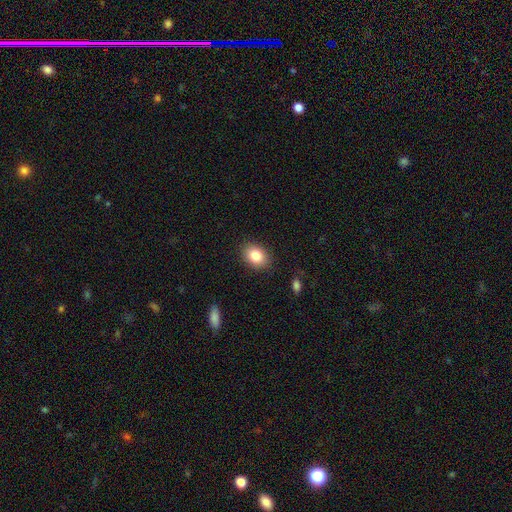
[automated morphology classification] type=smooth (84%); roundness=in between (69%); merging=none (87%).